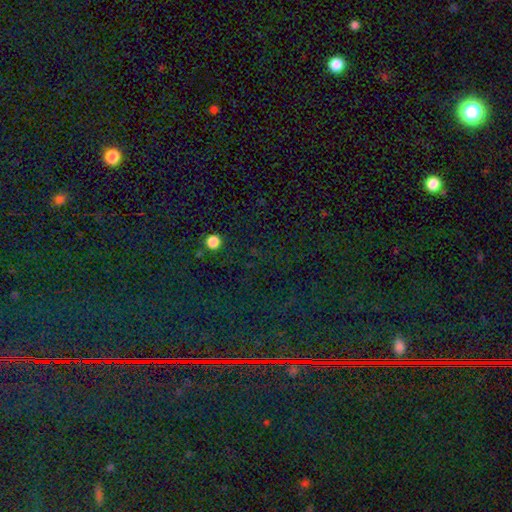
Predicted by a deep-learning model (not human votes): smooth-or-featured: star or artifact: 82% | smooth: 10% | featured or disk: 8%